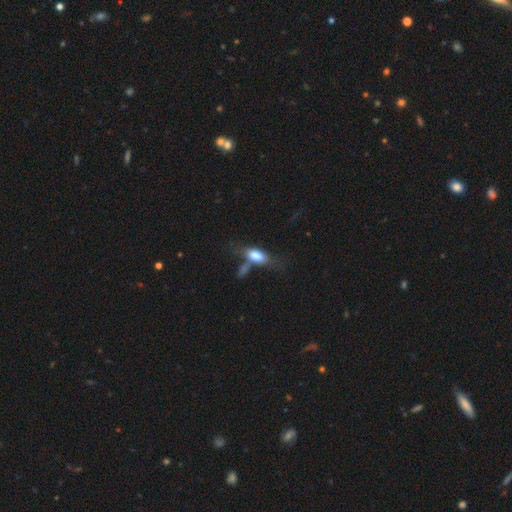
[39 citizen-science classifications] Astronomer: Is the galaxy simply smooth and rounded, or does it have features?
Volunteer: smooth — 77%.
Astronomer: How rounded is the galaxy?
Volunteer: in between — 70%.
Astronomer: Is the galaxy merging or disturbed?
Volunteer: none — 50%.